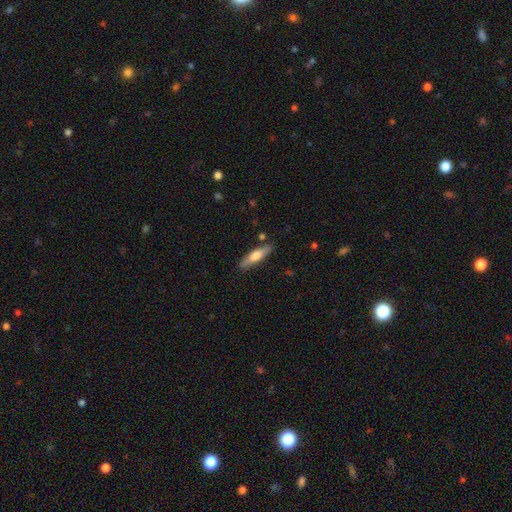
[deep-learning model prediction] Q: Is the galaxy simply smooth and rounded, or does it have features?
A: smooth — 60%.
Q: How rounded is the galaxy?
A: cigar-shaped — 68%.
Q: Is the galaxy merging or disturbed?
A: none — 84%.